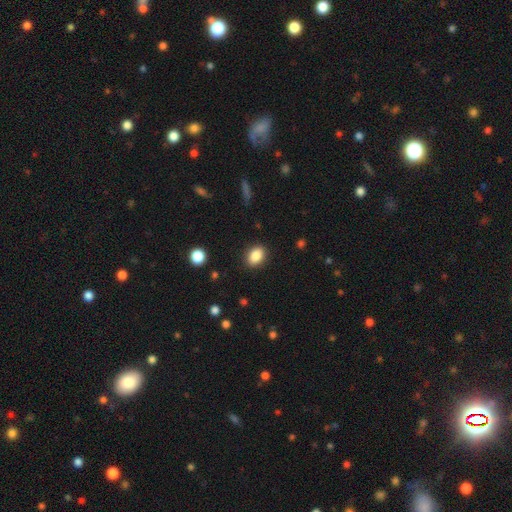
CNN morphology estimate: A smooth galaxy with no disk features (86%) that is in between round and cigar-shaped (74%).

Vote fractions:
- Smooth or featured? smooth: 86% / star or artifact: 9% / featured or disk: 5%
- How rounded? in between: 74% / round: 25% / cigar-shaped: 1%
- Merging? none: 89% / minor disturbance: 8% / major disturbance: 2% / merger: 1%